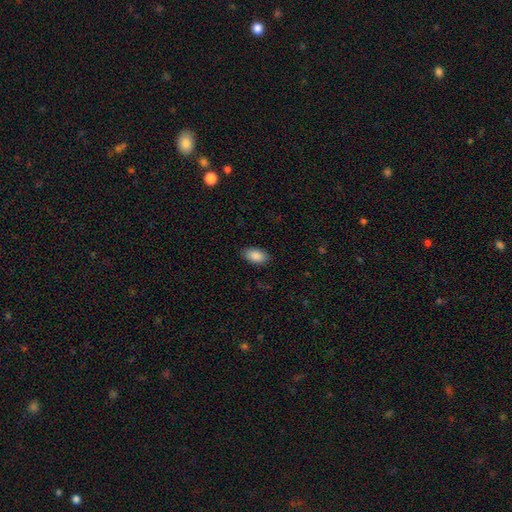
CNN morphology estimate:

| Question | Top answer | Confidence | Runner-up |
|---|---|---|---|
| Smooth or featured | smooth | 89% | star or artifact (7%) |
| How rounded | in between | 93% | round (5%) |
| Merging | none | 87% | minor disturbance (10%) |